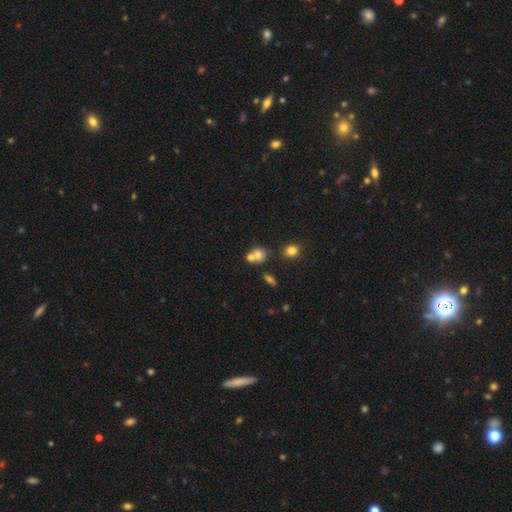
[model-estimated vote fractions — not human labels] Smooth or featured: smooth — 68% (featured or disk — 18%)
How rounded: round — 62% (in between — 36%)
Merging: merger — 54% (none — 33%)